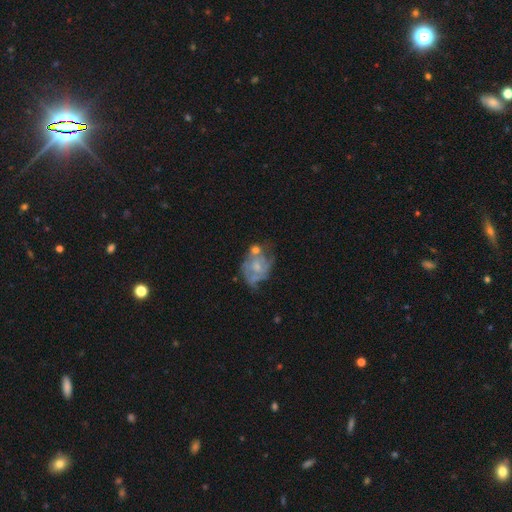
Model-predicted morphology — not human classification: Q: Smooth or featured?
A: featured or disk (68%); runner-up: smooth (23%)
Q: Edge-on disk?
A: no (97%); runner-up: yes (3%)
Q: Bar?
A: no (76%); runner-up: weak (20%)
Q: Spiral arms?
A: yes (63%); runner-up: no (37%)
Q: Bulge size?
A: small (51%); runner-up: moderate (35%)
Q: Merging?
A: none (37%); runner-up: minor disturbance (24%)